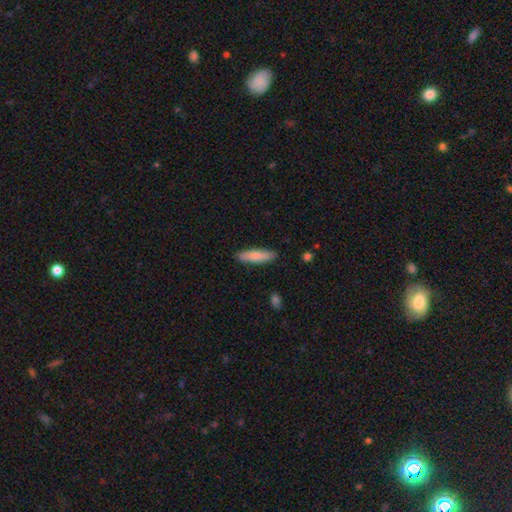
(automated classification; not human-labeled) Smooth or featured? Predicted: smooth (p=0.80). How rounded? Predicted: cigar-shaped (p=0.70). Merging? Predicted: none (p=0.87).